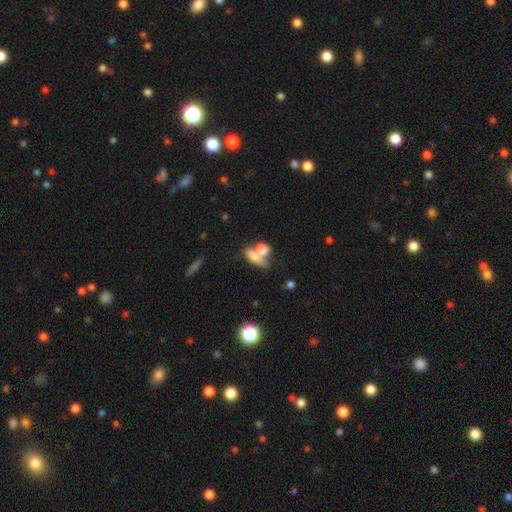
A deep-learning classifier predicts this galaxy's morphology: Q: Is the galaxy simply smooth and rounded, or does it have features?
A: smooth — 68%.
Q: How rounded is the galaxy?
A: in between — 74%.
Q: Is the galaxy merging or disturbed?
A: merger — 64%.